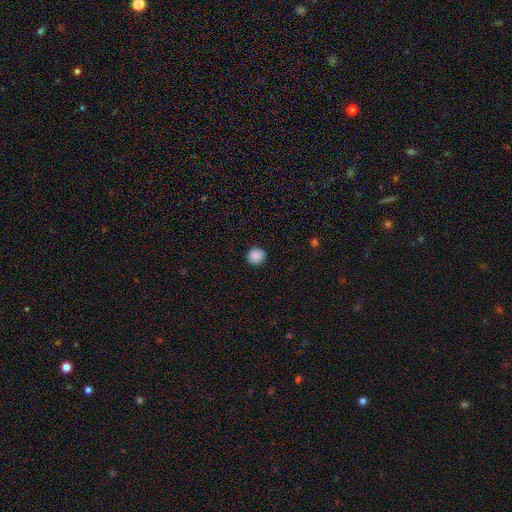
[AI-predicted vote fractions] Smooth or featured: smooth — 88% (star or artifact — 9%)
How rounded: round — 93% (in between — 6%)
Merging: none — 90% (minor disturbance — 7%)